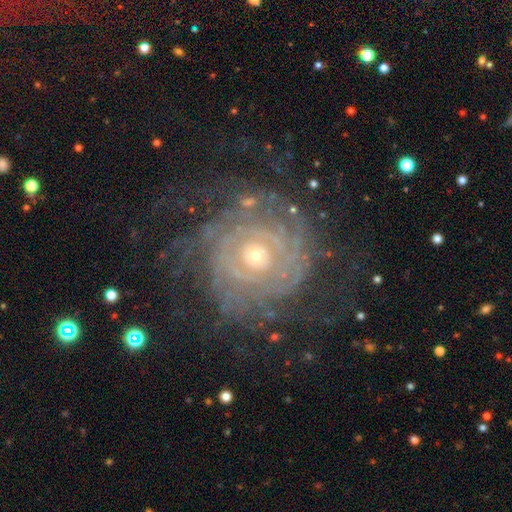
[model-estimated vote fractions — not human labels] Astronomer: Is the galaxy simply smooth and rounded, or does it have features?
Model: featured or disk — 85%.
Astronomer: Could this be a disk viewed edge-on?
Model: no — 97%.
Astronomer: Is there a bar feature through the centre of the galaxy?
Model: no — 76%.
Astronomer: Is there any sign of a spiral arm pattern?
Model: yes — 92%.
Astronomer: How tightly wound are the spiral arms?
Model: tight — 82%.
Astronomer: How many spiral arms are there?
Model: can't tell — 44%.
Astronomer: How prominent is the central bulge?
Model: small — 58% (runner-up: moderate, 38%).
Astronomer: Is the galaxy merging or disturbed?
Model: none — 71%.